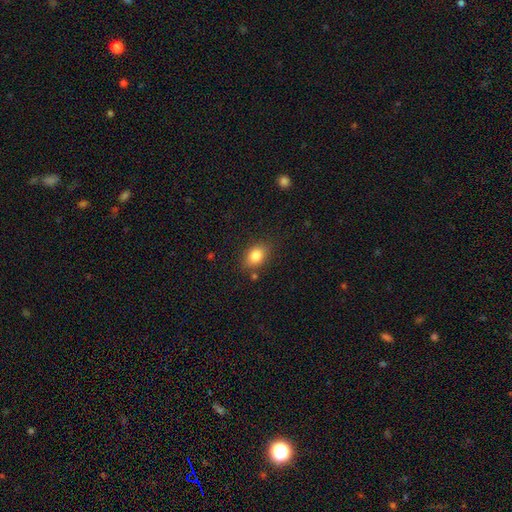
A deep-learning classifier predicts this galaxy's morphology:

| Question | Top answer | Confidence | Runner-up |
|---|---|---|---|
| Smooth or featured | smooth | 83% | star or artifact (9%) |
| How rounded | in between | 78% | round (21%) |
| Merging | none | 80% | minor disturbance (13%) |